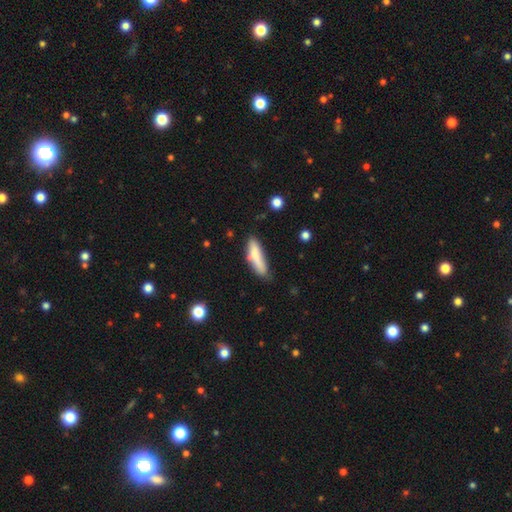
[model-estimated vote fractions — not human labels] smooth-or-featured: smooth: 76% | featured or disk: 18% | star or artifact: 6%
  how-rounded: cigar-shaped: 70% | in between: 29% | round: 2%
  merging: none: 63% | minor disturbance: 24% | merger: 6% | major disturbance: 6%